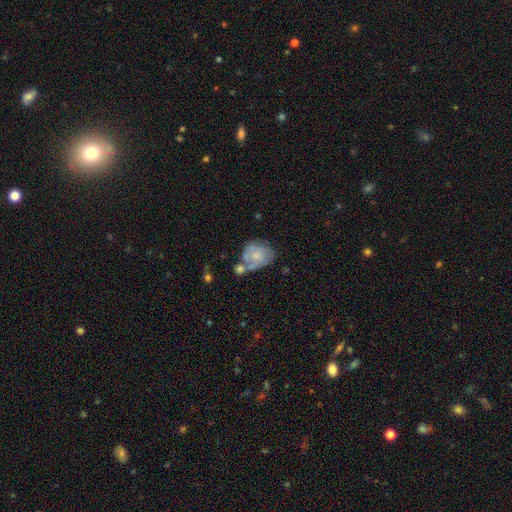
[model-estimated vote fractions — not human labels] Overall: featured or disk (48%; smooth 44%). Merging: none (33%; merger 27%).